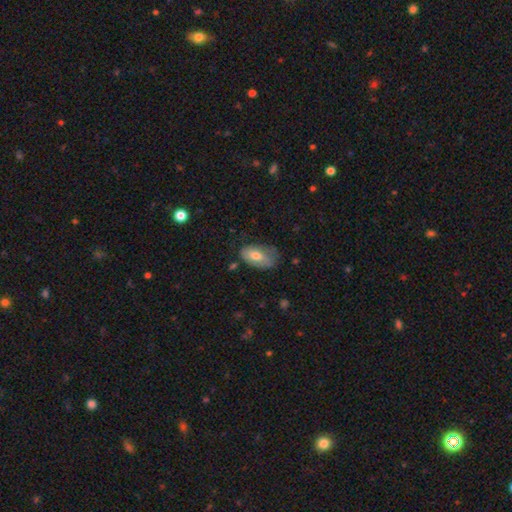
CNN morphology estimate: Smooth or featured? Predicted: smooth (p=0.68). How rounded? Predicted: in between (p=0.93). Merging? Predicted: none (p=0.51).